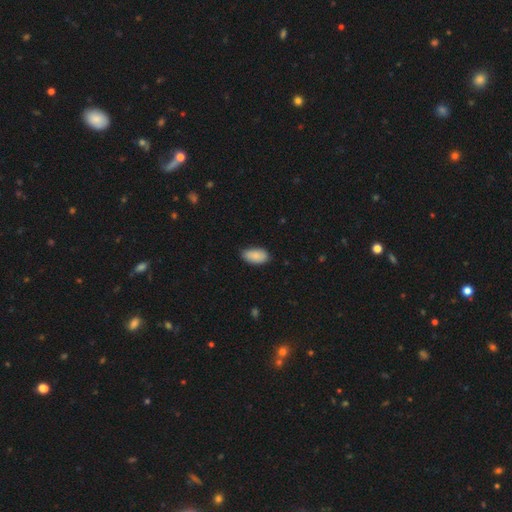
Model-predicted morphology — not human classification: A smooth galaxy with no disk features (88%) that is in between round and cigar-shaped (95%).

Vote fractions:
- Smooth or featured? smooth: 88% / star or artifact: 6% / featured or disk: 6%
- How rounded? in between: 95% / round: 3% / cigar-shaped: 2%
- Merging? none: 82% / minor disturbance: 15% / major disturbance: 2% / merger: 1%